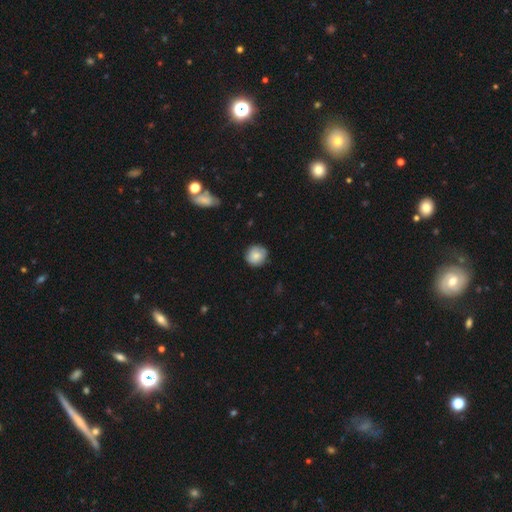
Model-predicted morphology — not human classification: Smooth or featured? Predicted: smooth (p=0.82). How rounded? Predicted: round (p=0.91). Merging? Predicted: none (p=0.83).